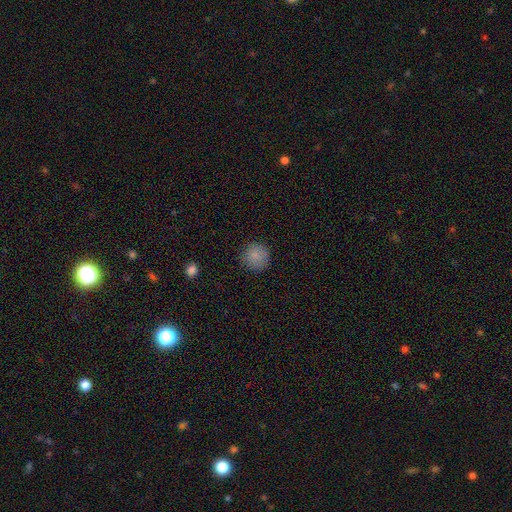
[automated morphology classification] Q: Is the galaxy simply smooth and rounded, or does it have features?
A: smooth — 84%.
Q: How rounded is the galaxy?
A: round — 93%.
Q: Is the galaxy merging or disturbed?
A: none — 86%.